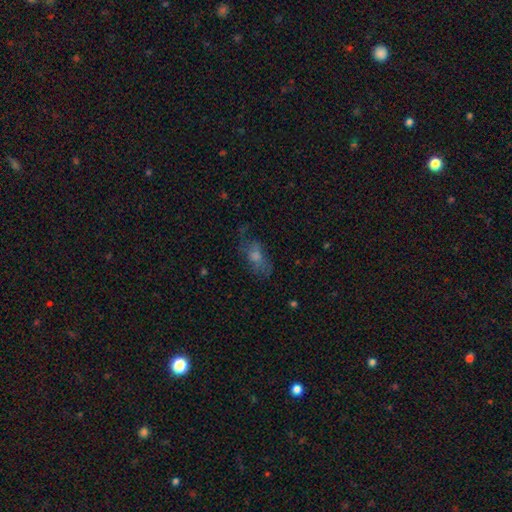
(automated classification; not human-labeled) Q: Smooth or featured?
A: smooth (42%); runner-up: featured or disk (39%)
Q: Merging?
A: none (58%); runner-up: minor disturbance (22%)